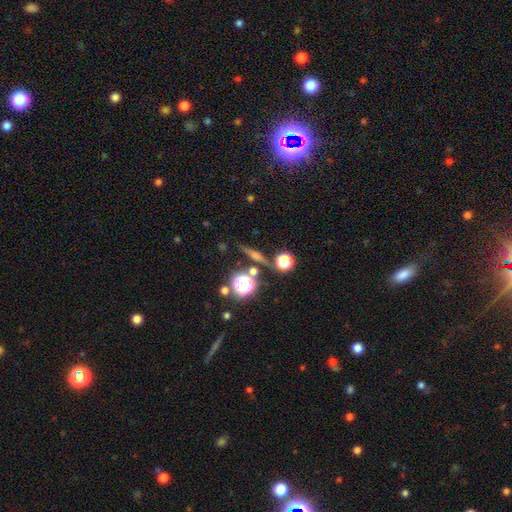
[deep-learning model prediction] Smooth or featured? star or artifact (36%)